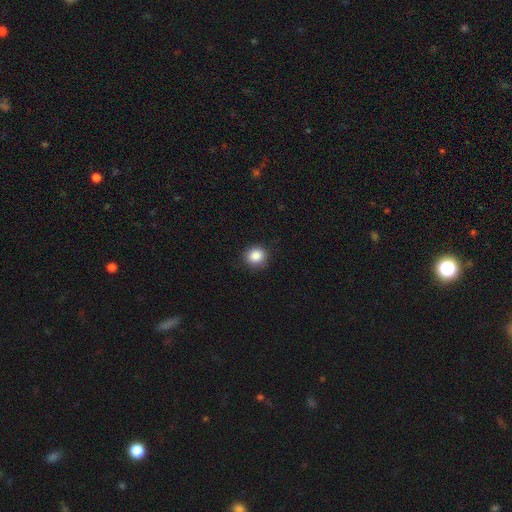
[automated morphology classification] smooth 87%, star or artifact 10%, featured or disk 4%. Down the decision tree: how rounded — round (85%); merging — none (87%).